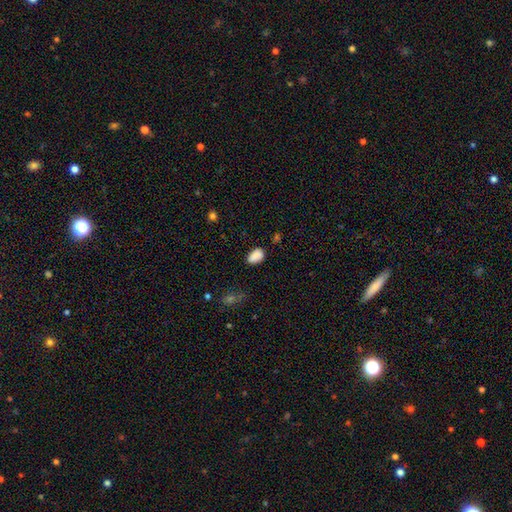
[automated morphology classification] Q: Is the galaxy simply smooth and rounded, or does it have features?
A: smooth — 86%.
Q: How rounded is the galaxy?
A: in between — 89%.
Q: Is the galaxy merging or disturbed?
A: none — 75%.